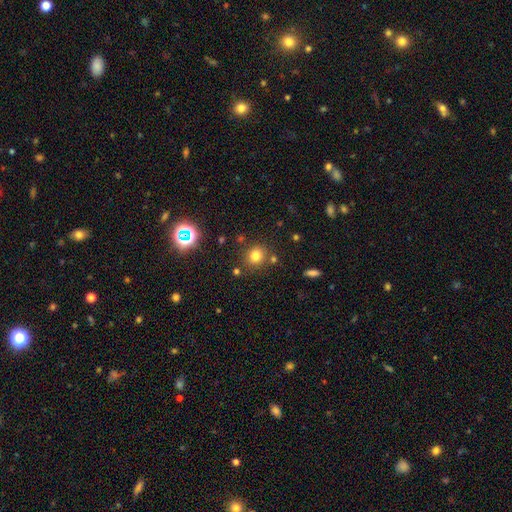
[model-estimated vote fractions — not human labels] Morphology: type=smooth (76%); roundness=round (82%); merging=none (79%).